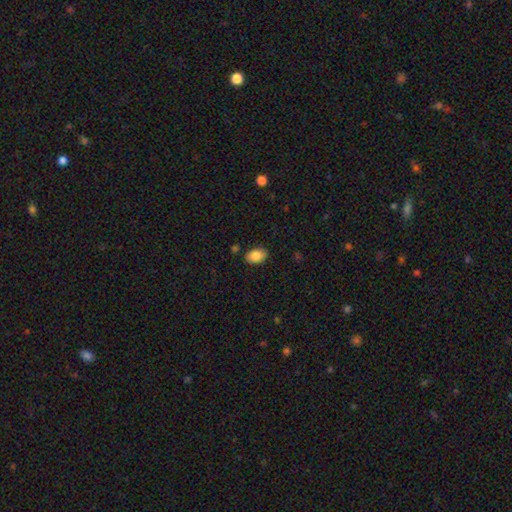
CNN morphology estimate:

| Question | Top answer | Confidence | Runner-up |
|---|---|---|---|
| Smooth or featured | smooth | 87% | star or artifact (7%) |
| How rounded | in between | 87% | round (12%) |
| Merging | none | 86% | minor disturbance (10%) |